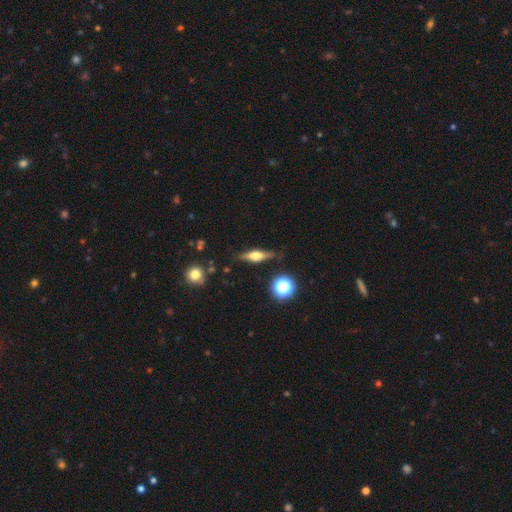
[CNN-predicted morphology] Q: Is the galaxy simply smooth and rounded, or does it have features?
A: featured or disk — 54%.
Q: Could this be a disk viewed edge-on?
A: yes — 92%.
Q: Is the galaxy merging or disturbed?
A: none — 80%.